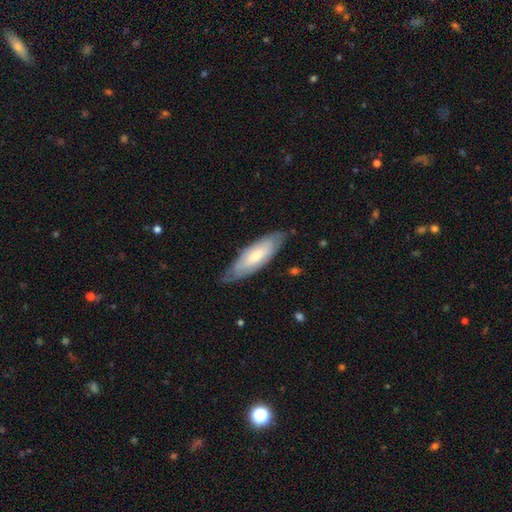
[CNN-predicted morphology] type=smooth (58%); roundness=in between (59%); merging=none (71%).